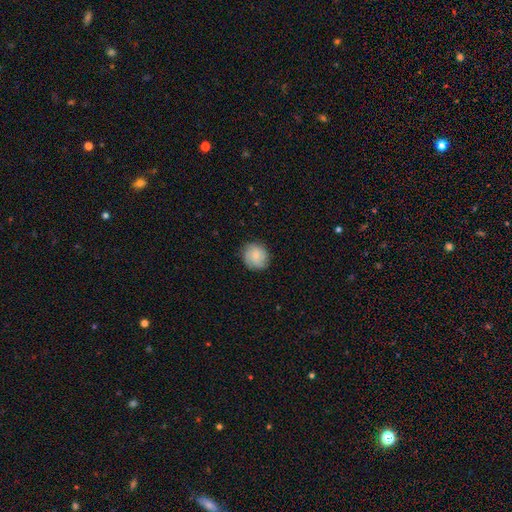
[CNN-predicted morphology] This appears to be a smooth galaxy with no disk features (59%) that is round (85%). Merging: none (83%).